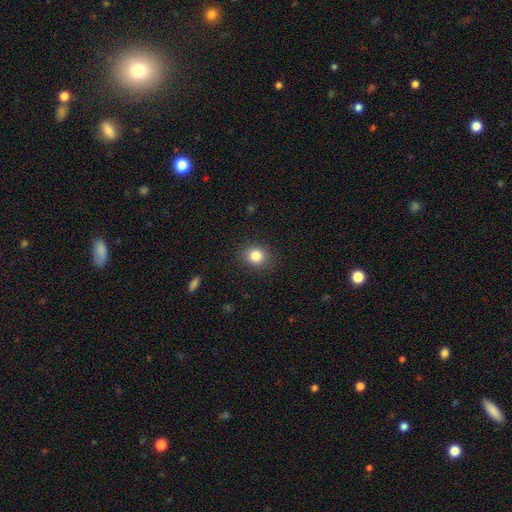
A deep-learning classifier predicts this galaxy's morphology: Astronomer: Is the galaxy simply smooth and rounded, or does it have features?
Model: smooth — 84%.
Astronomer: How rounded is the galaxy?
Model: round — 72%.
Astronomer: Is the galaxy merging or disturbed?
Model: none — 88%.